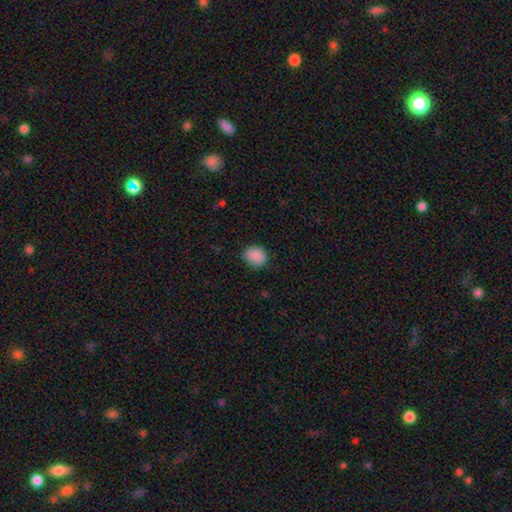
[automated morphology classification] Smooth or featured?
  - smooth: 88% *
  - star or artifact: 8%
  - featured or disk: 3%
How rounded?
  - round: 72% *
  - in between: 27%
  - cigar-shaped: 1%
Merging?
  - none: 83% *
  - minor disturbance: 13%
  - major disturbance: 3%
  - merger: 1%